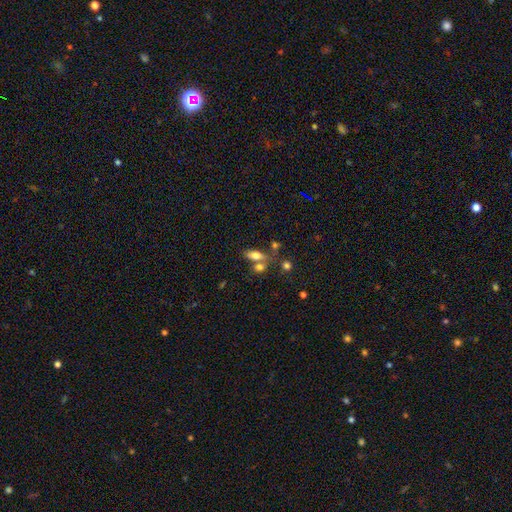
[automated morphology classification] A smooth galaxy with no disk features (73%) that is in between round and cigar-shaped (78%). Merging: none (50%).